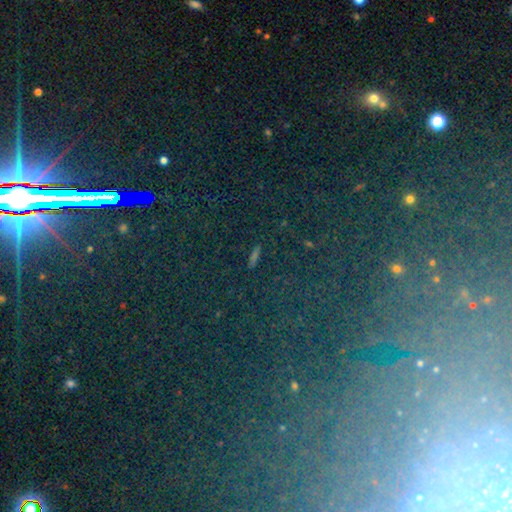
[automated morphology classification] The model was most divided on "smooth or featured": star or artifact: 73%, smooth: 16%, featured or disk: 10%.